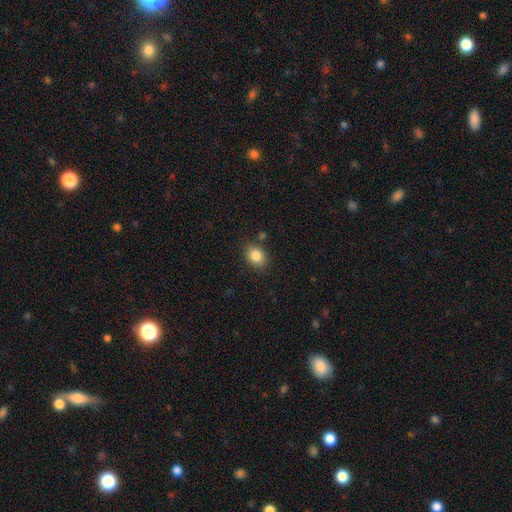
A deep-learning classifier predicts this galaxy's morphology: smooth_or_featured: smooth (p=0.85) [alt: star or artifact p=0.09]
how_rounded: in between (p=0.60) [alt: round p=0.39]
merging: none (p=0.81) [alt: minor disturbance p=0.12]